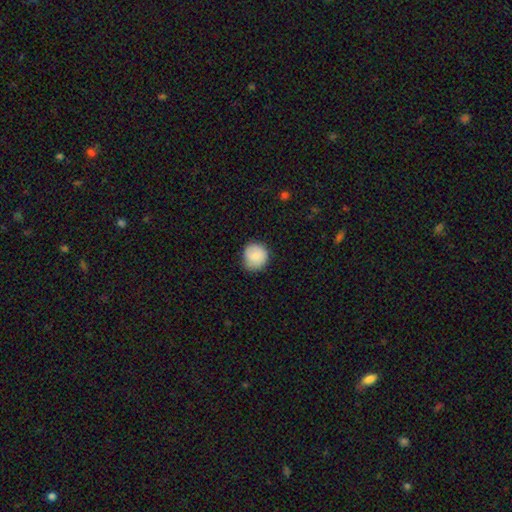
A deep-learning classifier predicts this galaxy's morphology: A smooth galaxy with no disk features (81%) that is round (89%).

Vote fractions:
- Smooth or featured? smooth: 81% / featured or disk: 13% / star or artifact: 7%
- How rounded? round: 89% / in between: 10% / cigar-shaped: 1%
- Merging? none: 76% / minor disturbance: 19% / major disturbance: 3% / merger: 1%